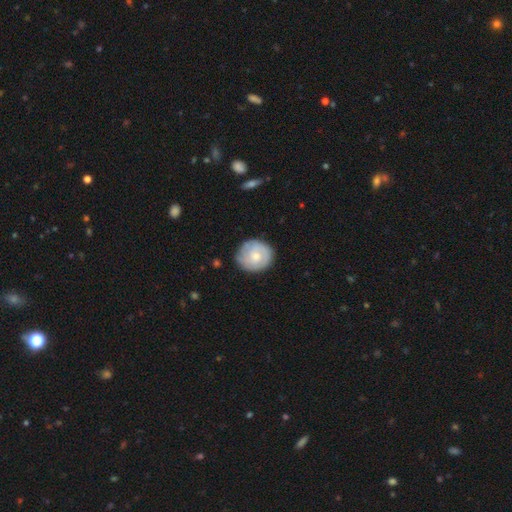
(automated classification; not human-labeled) This is possibly a featured or disk galaxy (49%). Merging: likely none (79%).